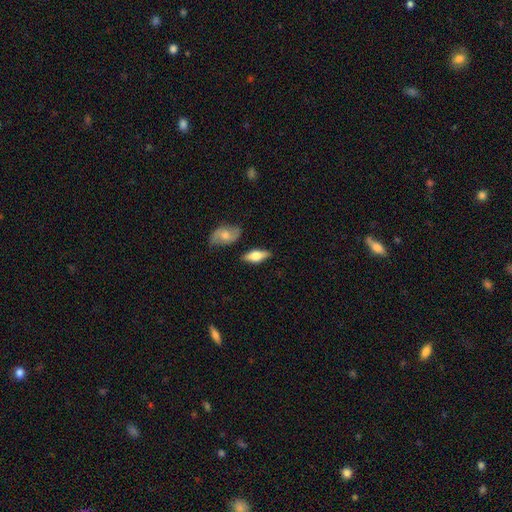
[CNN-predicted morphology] Smooth or featured: smooth — 58% (featured or disk — 36%)
How rounded: in between — 73% (cigar-shaped — 23%)
Merging: none — 80% (minor disturbance — 13%)